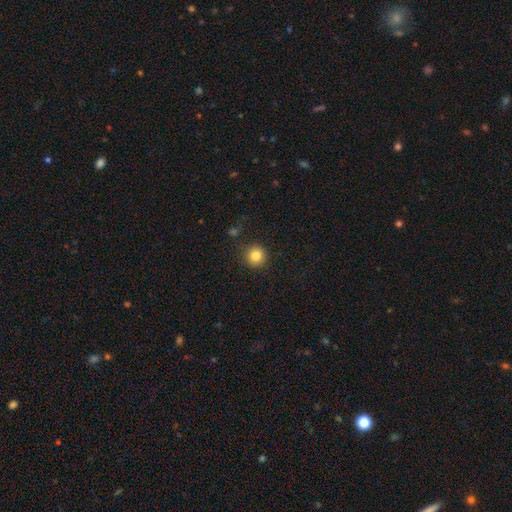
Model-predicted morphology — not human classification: Smooth or featured? Predicted: smooth (p=0.84). How rounded? Predicted: round (p=0.95). Merging? Predicted: none (p=0.88).